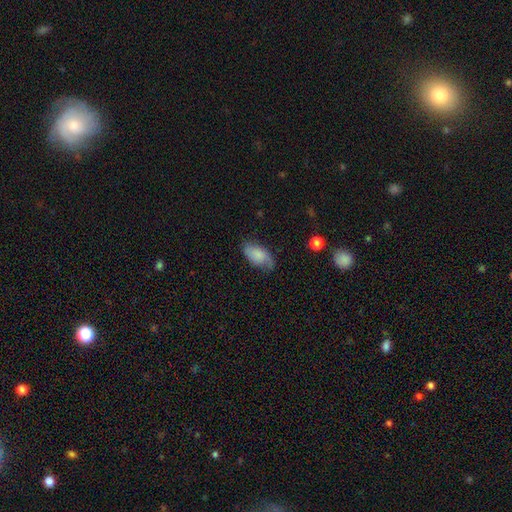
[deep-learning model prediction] Smooth or featured? smooth (63%)
How rounded? in between (92%)
Merging? none (68%)